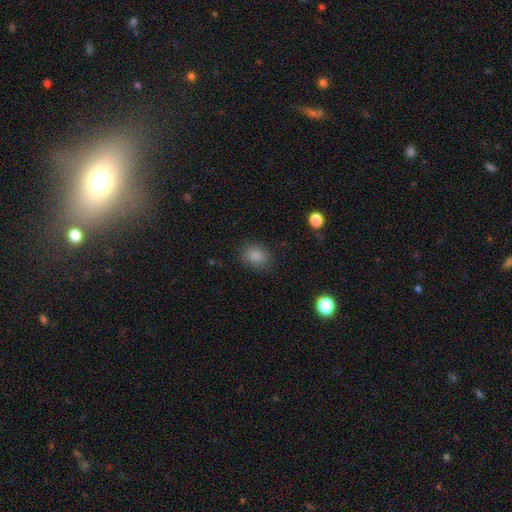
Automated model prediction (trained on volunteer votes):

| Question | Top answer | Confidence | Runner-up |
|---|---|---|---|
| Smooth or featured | smooth | 86% | star or artifact (10%) |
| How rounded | in between | 53% | round (46%) |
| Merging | none | 84% | minor disturbance (11%) |